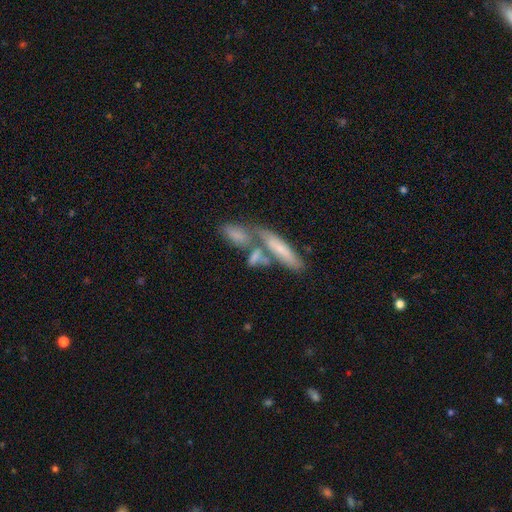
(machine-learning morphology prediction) Smooth or featured? smooth (46%)
Merging? merger (51%)